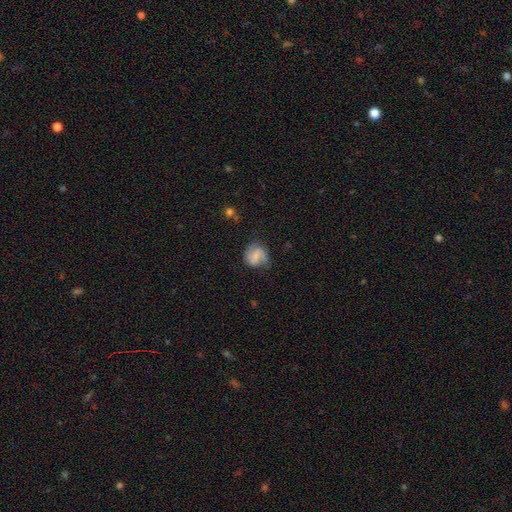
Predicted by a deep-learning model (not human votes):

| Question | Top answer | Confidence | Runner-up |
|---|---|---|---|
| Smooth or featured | featured or disk | 54% | smooth (38%) |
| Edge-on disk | no | 97% | yes (3%) |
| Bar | weak | 48% | no (28%) |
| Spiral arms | yes | 87% | no (13%) |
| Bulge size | small | 44% | none (31%) |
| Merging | none | 66% | minor disturbance (22%) |